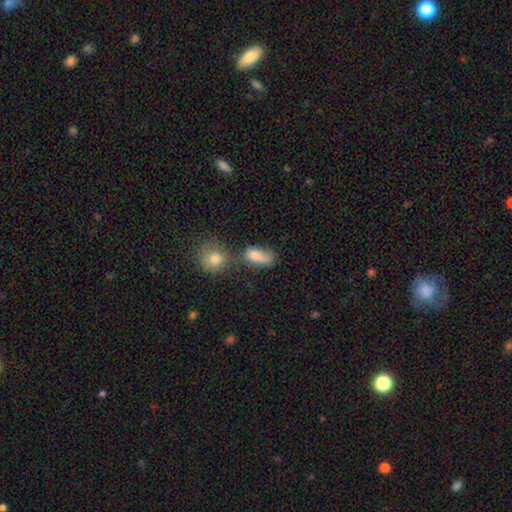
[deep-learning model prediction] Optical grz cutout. It shows a smooth galaxy with no disk features (79%) that is in between round and cigar-shaped (76%). Merging: none (42%).